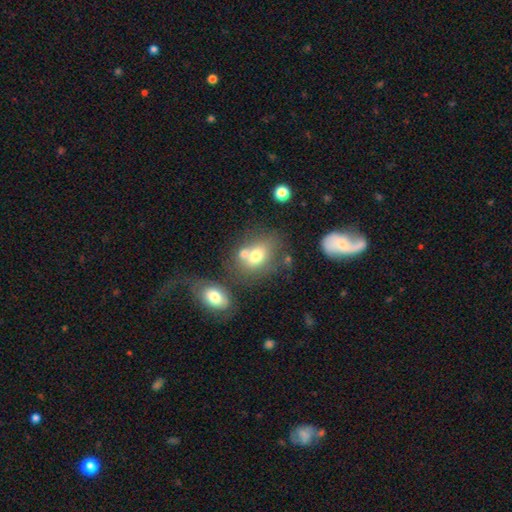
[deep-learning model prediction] Smooth or featured?
  - smooth: 70% *
  - featured or disk: 19%
  - star or artifact: 12%
How rounded?
  - in between: 56% *
  - round: 43%
  - cigar-shaped: 1%
Merging?
  - none: 42% *
  - merger: 37%
  - minor disturbance: 14%
  - major disturbance: 7%